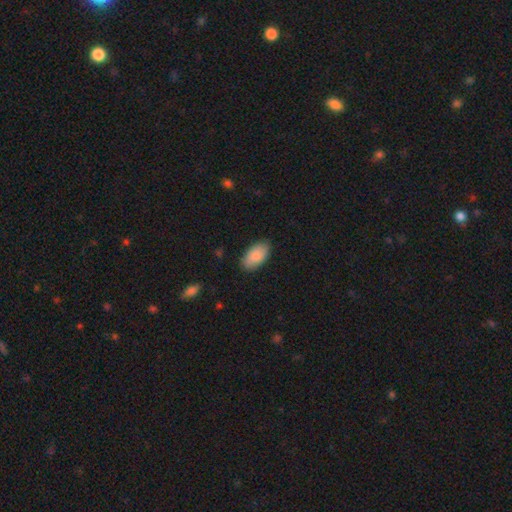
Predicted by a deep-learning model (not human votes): smooth 86%, featured or disk 8%, star or artifact 6%. Down the decision tree: how rounded — in between (95%); merging — none (85%).